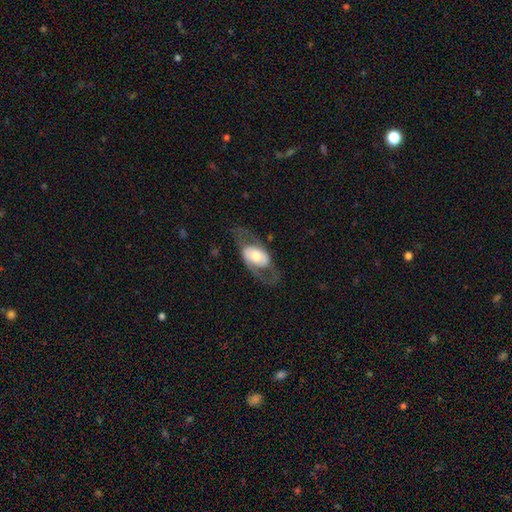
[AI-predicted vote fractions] A featured or disk galaxy (64%) with no bar (63%), spiral arms (60%) and a moderate central bulge (59%).

Vote fractions:
- Smooth or featured? featured or disk: 64% / smooth: 31% / star or artifact: 5%
- Edge-on disk? no: 90% / yes: 10%
- Bar? no: 63% / weak: 25% / strong: 13%
- Spiral arms? yes: 60% / no: 40%
- Bulge size? moderate: 59% / large: 24% / small: 13% / dominant: 3% / none: 1%
- Merging? none: 61% / major disturbance: 21% / minor disturbance: 17% / merger: 1%